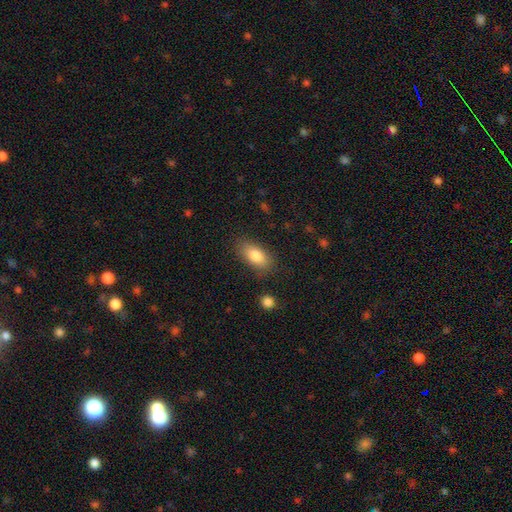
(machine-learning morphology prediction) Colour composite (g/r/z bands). It shows a smooth galaxy with no disk features (82%) that is in between round and cigar-shaped (89%). Merging: none (82%).